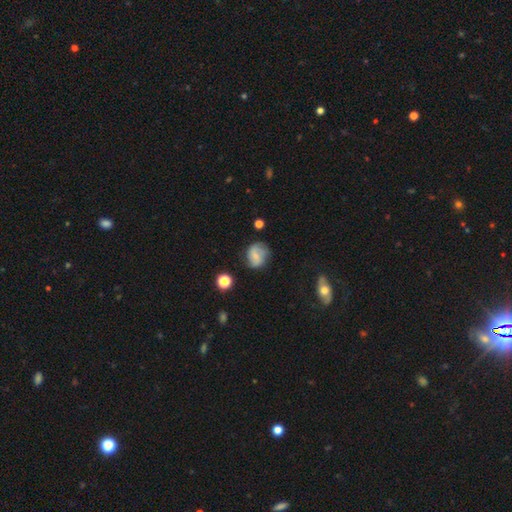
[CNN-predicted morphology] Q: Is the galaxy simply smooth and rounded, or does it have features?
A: featured or disk — 47%.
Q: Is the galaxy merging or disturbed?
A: none — 65%.